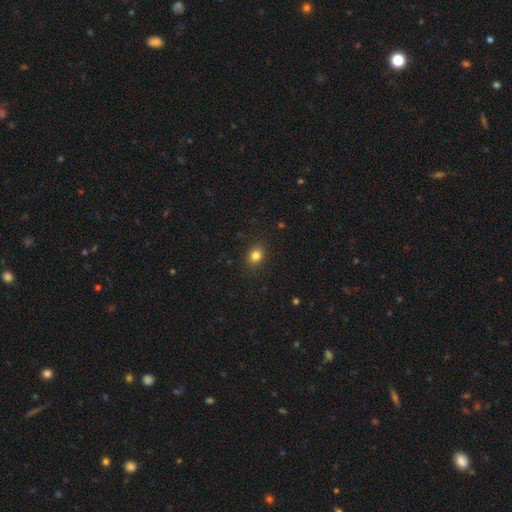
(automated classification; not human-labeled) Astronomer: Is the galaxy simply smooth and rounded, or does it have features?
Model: smooth — 82%.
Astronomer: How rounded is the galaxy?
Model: in between — 54% (runner-up: round, 45%).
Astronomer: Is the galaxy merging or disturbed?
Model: none — 88%.